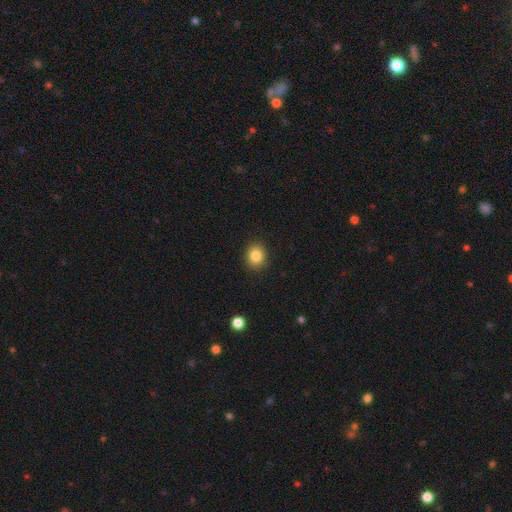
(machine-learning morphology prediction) A smooth galaxy with no disk features (84%) that is round (71%).

Vote fractions:
- Smooth or featured? smooth: 84% / star or artifact: 10% / featured or disk: 6%
- How rounded? round: 71% / in between: 28% / cigar-shaped: 1%
- Merging? none: 90% / minor disturbance: 7% / major disturbance: 2% / merger: 1%